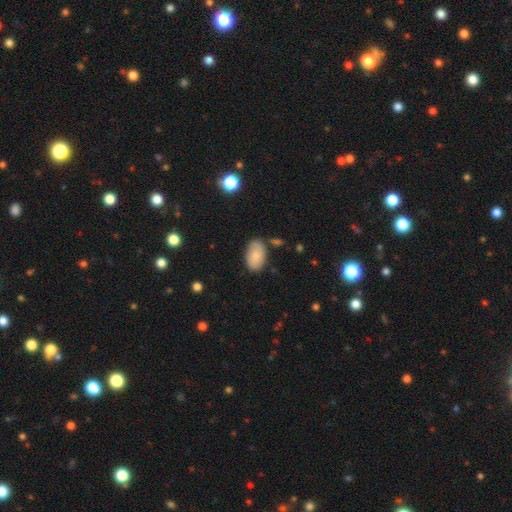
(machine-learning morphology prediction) smooth 77%, featured or disk 16%, star or artifact 7%. Down the decision tree: how rounded — in between (92%); merging — none (73%).